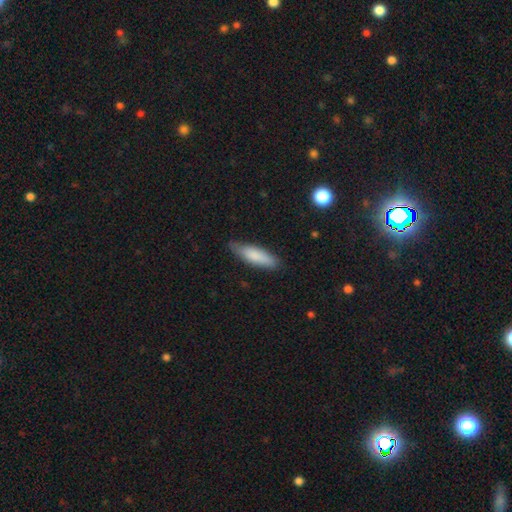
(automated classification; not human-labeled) Smooth or featured?
  - smooth: 81% *
  - featured or disk: 13%
  - star or artifact: 5%
How rounded?
  - cigar-shaped: 59% *
  - in between: 39%
  - round: 2%
Merging?
  - none: 79% *
  - minor disturbance: 17%
  - major disturbance: 3%
  - merger: 1%